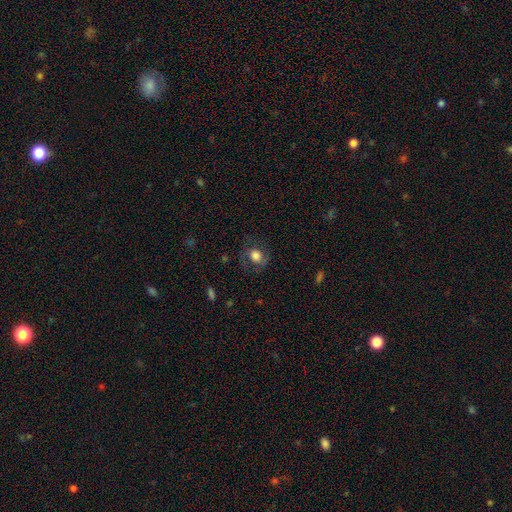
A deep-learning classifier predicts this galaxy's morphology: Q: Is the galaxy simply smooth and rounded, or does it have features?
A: smooth — 62%.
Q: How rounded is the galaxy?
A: round — 64%.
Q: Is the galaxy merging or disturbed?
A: none — 70%.